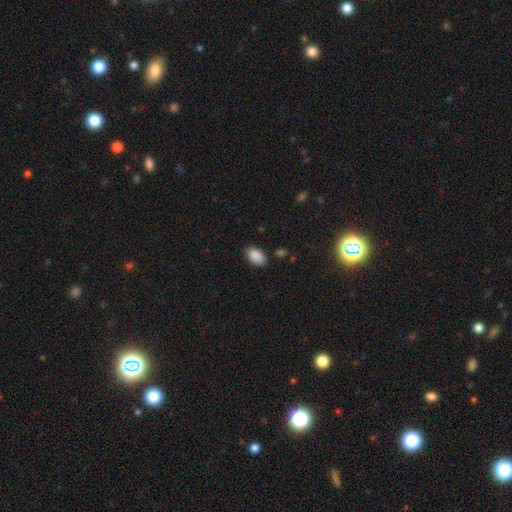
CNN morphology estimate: A smooth galaxy with no disk features (89%) that is in between round and cigar-shaped (92%).

Vote fractions:
- Smooth or featured? smooth: 89% / star or artifact: 7% / featured or disk: 4%
- How rounded? in between: 92% / round: 7% / cigar-shaped: 1%
- Merging? none: 82% / minor disturbance: 13% / major disturbance: 3% / merger: 2%